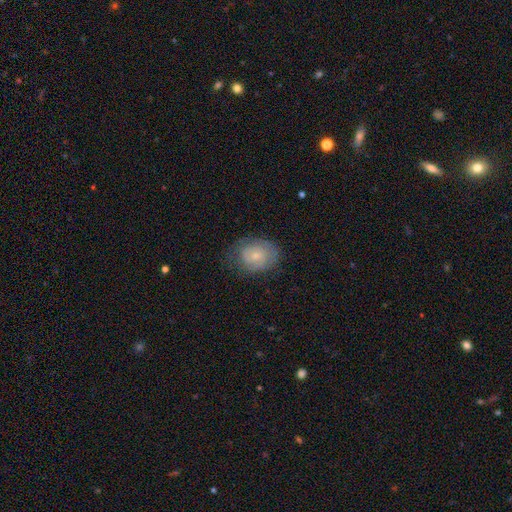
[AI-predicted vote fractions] Q: Smooth or featured?
A: smooth (55%); runner-up: featured or disk (37%)
Q: How rounded?
A: in between (57%); runner-up: round (42%)
Q: Merging?
A: none (66%); runner-up: minor disturbance (23%)